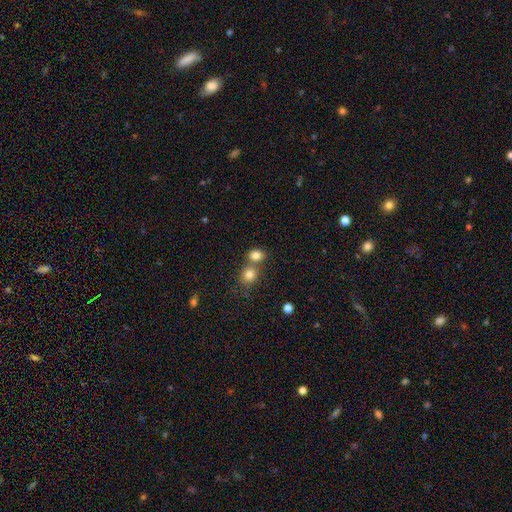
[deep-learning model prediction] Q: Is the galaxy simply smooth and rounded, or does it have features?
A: smooth — 82%.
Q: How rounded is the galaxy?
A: round — 58%.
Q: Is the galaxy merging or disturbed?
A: none — 45%.